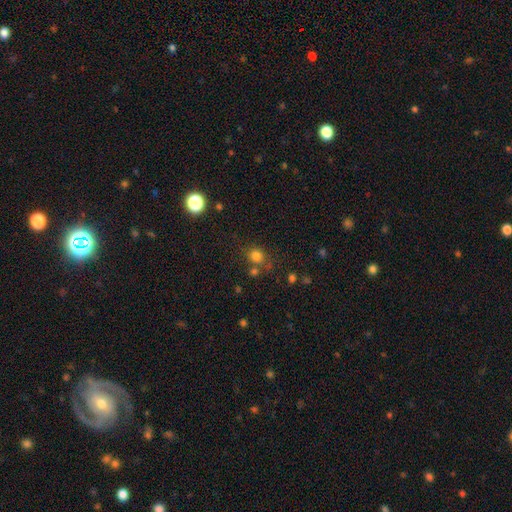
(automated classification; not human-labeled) Overall: smooth (78%). How rounded: round (79%). Merging: none (65%).